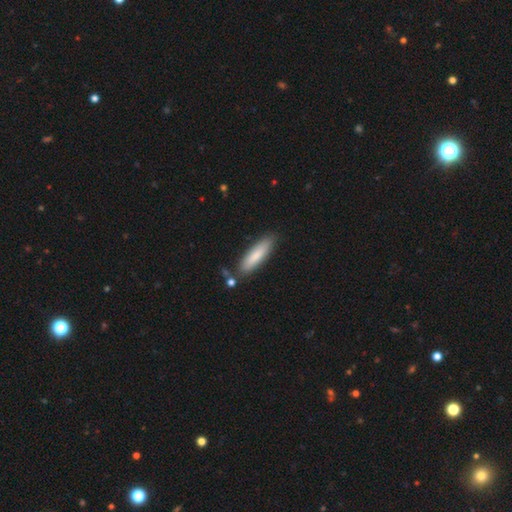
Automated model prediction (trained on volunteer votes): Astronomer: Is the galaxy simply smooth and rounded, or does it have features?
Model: smooth — 80%.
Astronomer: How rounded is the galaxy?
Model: cigar-shaped — 69%.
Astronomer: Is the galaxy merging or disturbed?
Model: none — 82%.